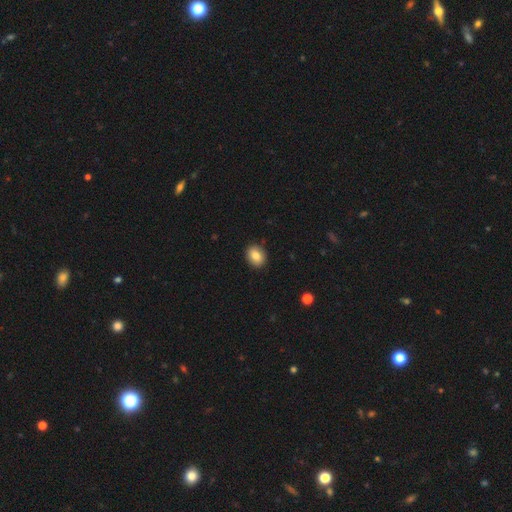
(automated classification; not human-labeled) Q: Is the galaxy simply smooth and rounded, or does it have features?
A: smooth — 83%.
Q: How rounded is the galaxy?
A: in between — 50%.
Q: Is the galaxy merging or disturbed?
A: none — 90%.